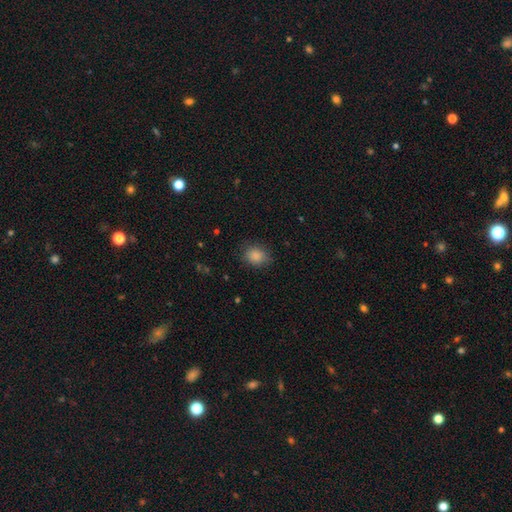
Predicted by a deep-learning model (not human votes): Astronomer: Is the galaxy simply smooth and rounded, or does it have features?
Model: smooth — 87%.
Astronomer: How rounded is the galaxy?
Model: round — 54% (runner-up: in between, 45%).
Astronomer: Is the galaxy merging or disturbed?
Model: none — 79%.